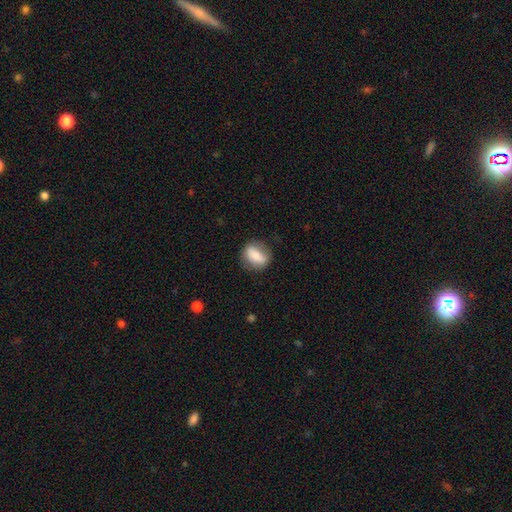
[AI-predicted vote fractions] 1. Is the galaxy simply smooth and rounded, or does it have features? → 73% smooth, 20% featured or disk, 7% star or artifact.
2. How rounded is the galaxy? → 65% in between, 31% round, 4% cigar-shaped.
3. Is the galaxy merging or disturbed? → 73% none, 19% minor disturbance, 6% major disturbance, 1% merger.